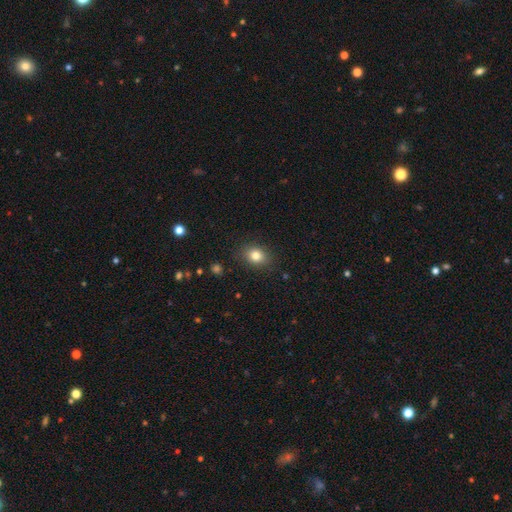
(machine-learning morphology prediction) Smooth or featured? Predicted: smooth (p=0.82). How rounded? Predicted: in between (p=0.56). Merging? Predicted: none (p=0.86).